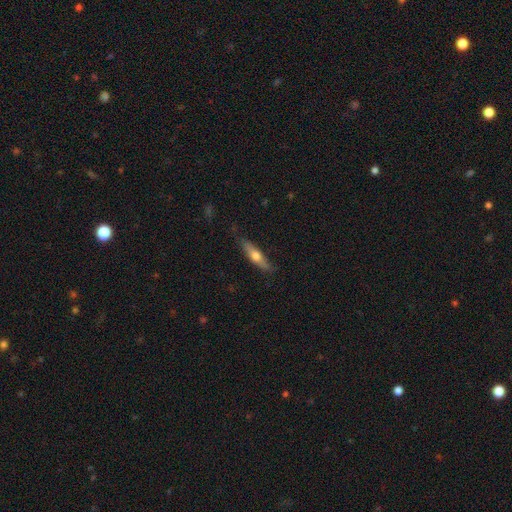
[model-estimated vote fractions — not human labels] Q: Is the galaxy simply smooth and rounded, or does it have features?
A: smooth — 49%.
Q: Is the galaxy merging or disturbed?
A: none — 80%.